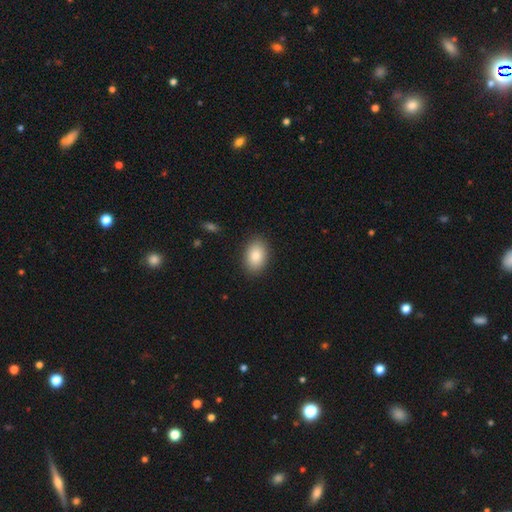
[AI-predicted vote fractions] This is clearly a smooth galaxy (88%). How rounded: clearly in between (87%). Merging: clearly none (88%).